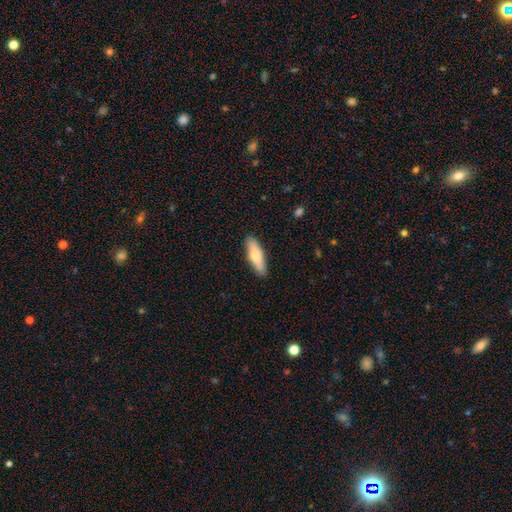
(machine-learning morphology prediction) This is likely a smooth galaxy (70%). How rounded: possibly cigar-shaped (54%). Merging: clearly none (88%).